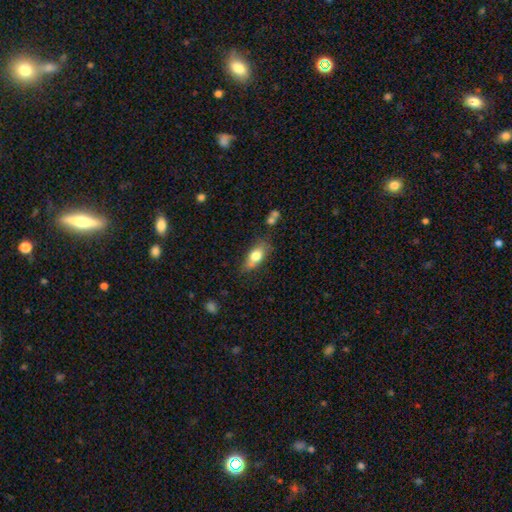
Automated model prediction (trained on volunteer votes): smooth-or-featured: smooth: 73% | featured or disk: 19% | star or artifact: 8%
  how-rounded: in between: 80% | cigar-shaped: 13% | round: 7%
  merging: none: 61% | minor disturbance: 26% | major disturbance: 7% | merger: 6%